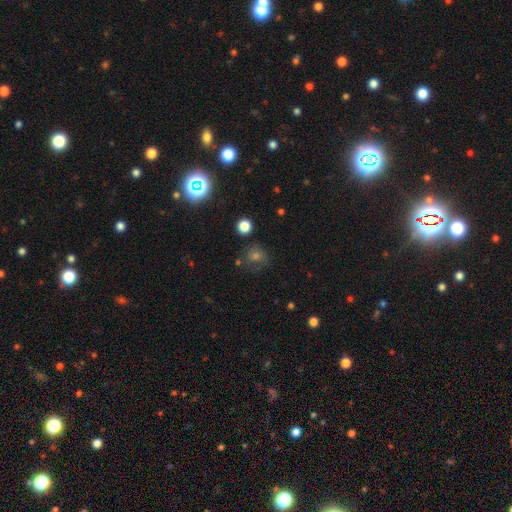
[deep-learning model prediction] Overall: smooth (48%; star or artifact 35%). Merging: none (73%).